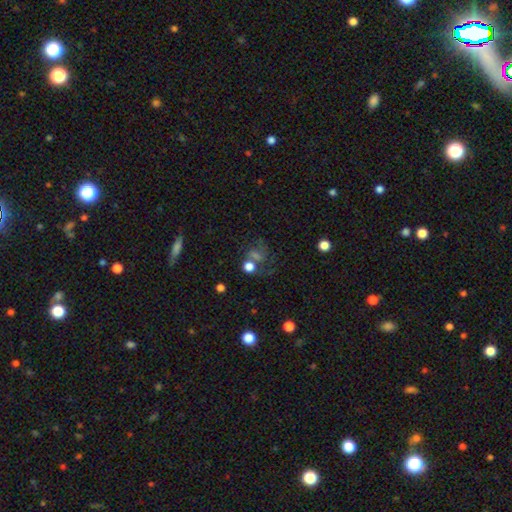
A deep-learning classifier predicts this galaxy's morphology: This appears to be a featured or disk galaxy (37%). Merging: none (53%).